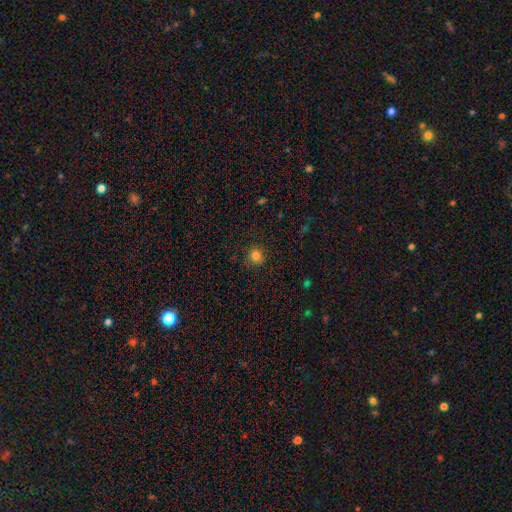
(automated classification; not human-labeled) Smooth or featured?
  - smooth: 82% *
  - star or artifact: 13%
  - featured or disk: 4%
How rounded?
  - round: 92% *
  - in between: 7%
  - cigar-shaped: 1%
Merging?
  - none: 87% *
  - minor disturbance: 10%
  - major disturbance: 3%
  - merger: 1%